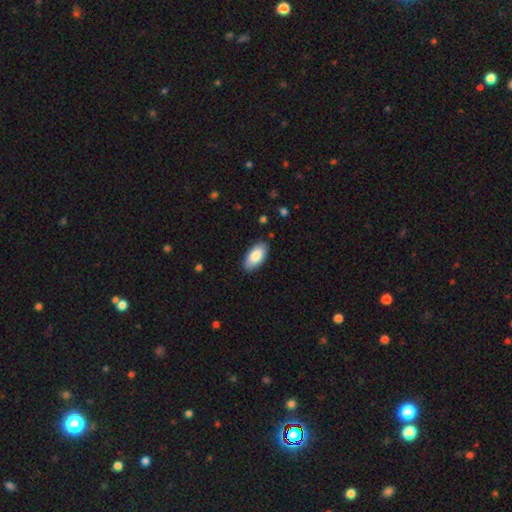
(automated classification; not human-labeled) Q: Smooth or featured?
A: smooth (85%); runner-up: featured or disk (9%)
Q: How rounded?
A: in between (94%); runner-up: cigar-shaped (4%)
Q: Merging?
A: none (87%); runner-up: minor disturbance (10%)